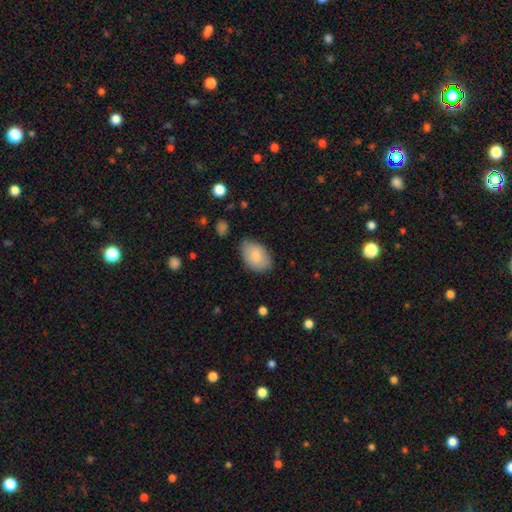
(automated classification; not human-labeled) Q: Smooth or featured?
A: smooth (81%); runner-up: featured or disk (12%)
Q: How rounded?
A: in between (91%); runner-up: round (8%)
Q: Merging?
A: none (74%); runner-up: minor disturbance (20%)